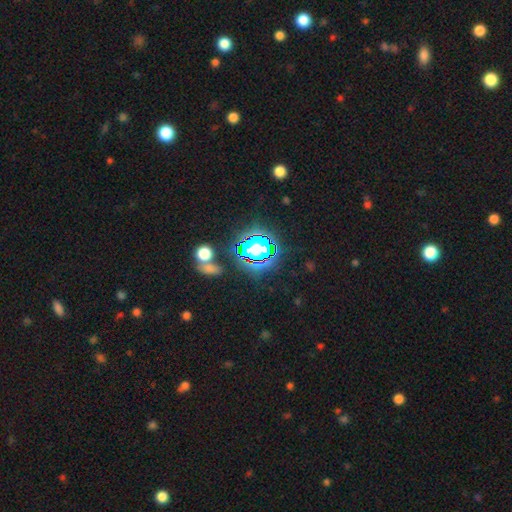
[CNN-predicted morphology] type=star or artifact (76%).